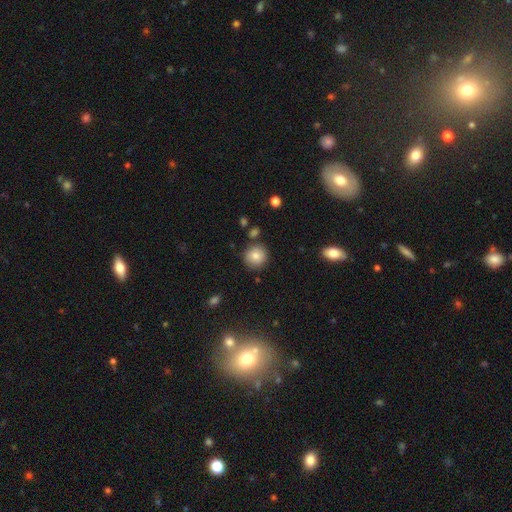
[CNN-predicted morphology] type=smooth (81%); roundness=round (92%); merging=none (84%).